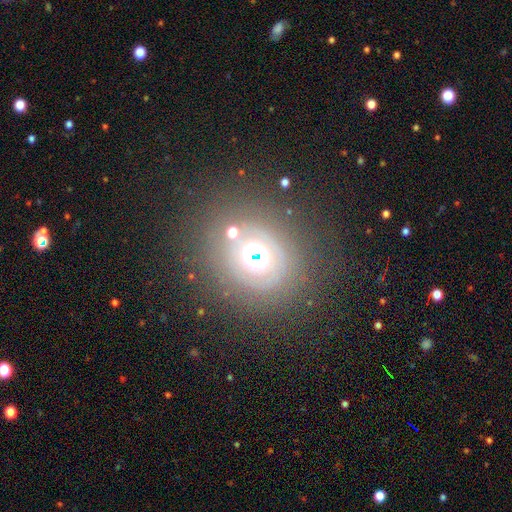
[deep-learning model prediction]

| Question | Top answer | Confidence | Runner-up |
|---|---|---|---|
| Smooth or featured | smooth | 41% | featured or disk (31%) |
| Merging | none | 75% | minor disturbance (12%) |